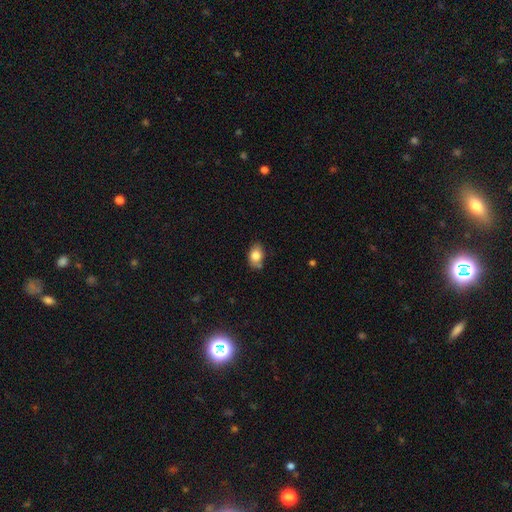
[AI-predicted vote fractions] Smooth or featured?
  - smooth: 82% *
  - featured or disk: 10%
  - star or artifact: 8%
How rounded?
  - in between: 79% *
  - round: 19%
  - cigar-shaped: 1%
Merging?
  - none: 69% *
  - minor disturbance: 22%
  - merger: 6%
  - major disturbance: 4%